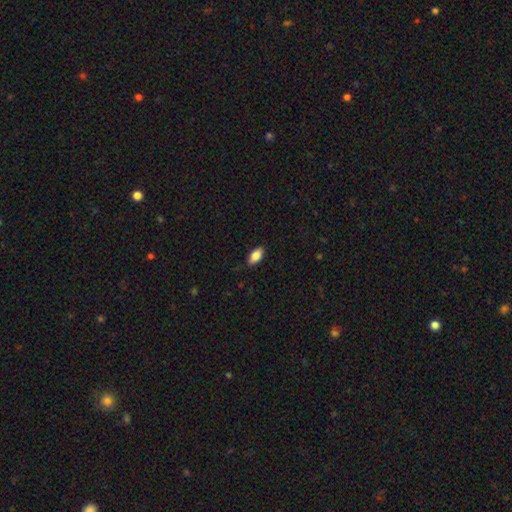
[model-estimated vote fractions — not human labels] Q: Smooth or featured?
A: smooth (86%); runner-up: featured or disk (7%)
Q: How rounded?
A: in between (90%); runner-up: cigar-shaped (8%)
Q: Merging?
A: none (87%); runner-up: minor disturbance (10%)